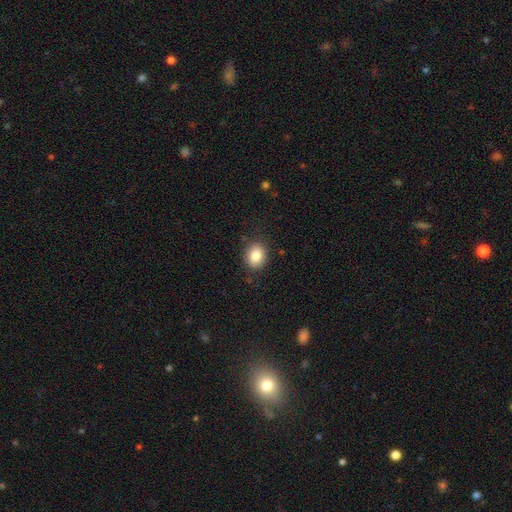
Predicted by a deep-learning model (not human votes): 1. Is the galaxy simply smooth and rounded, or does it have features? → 84% smooth, 9% star or artifact, 7% featured or disk.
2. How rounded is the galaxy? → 54% round, 45% in between, 1% cigar-shaped.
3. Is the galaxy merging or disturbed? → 86% none, 10% minor disturbance, 3% major disturbance, 1% merger.